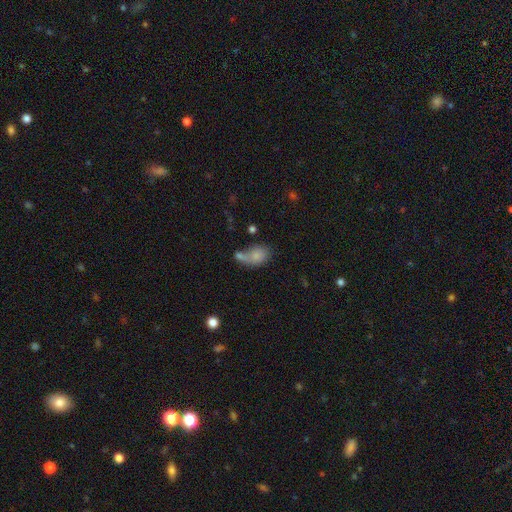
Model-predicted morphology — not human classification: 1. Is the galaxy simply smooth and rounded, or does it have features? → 78% smooth, 13% featured or disk, 10% star or artifact.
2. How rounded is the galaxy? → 79% in between, 19% round, 2% cigar-shaped.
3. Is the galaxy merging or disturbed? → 40% merger, 30% none, 17% minor disturbance, 13% major disturbance.